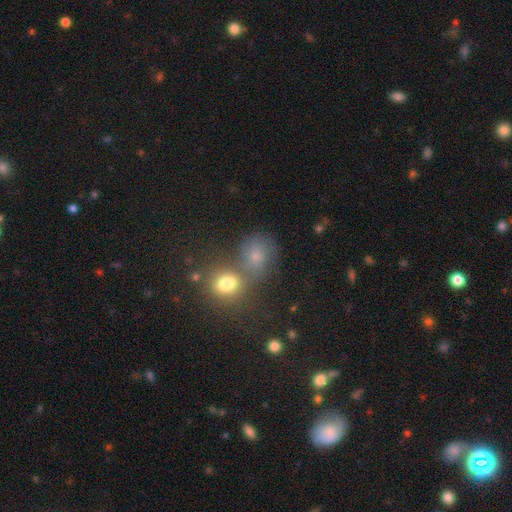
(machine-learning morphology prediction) smooth-or-featured: smooth: 66% | star or artifact: 17% | featured or disk: 16%
  how-rounded: round: 65% | in between: 34% | cigar-shaped: 1%
  merging: none: 43% | merger: 38% | minor disturbance: 12% | major disturbance: 7%